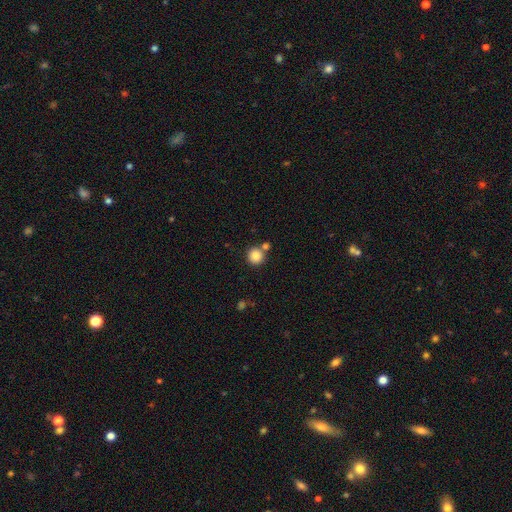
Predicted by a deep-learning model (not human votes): smooth-or-featured: smooth: 86% | star or artifact: 10% | featured or disk: 5%
  how-rounded: round: 92% | in between: 7% | cigar-shaped: 1%
  merging: none: 66% | merger: 22% | minor disturbance: 9% | major disturbance: 3%